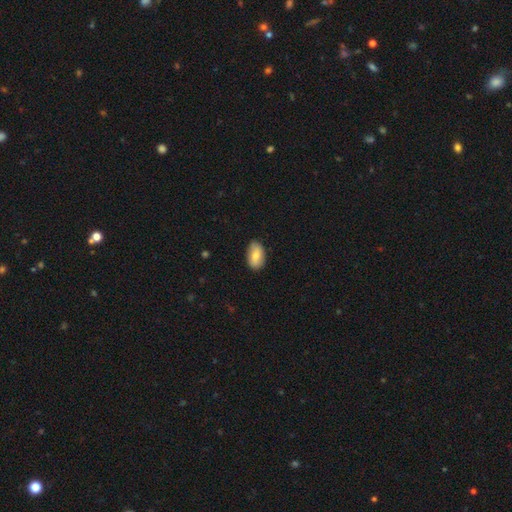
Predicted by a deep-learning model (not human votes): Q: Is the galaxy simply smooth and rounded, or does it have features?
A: smooth — 74%.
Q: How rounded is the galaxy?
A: in between — 92%.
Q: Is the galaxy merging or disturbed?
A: none — 85%.